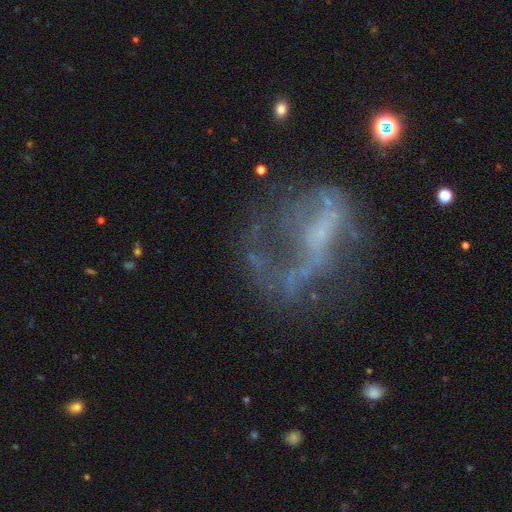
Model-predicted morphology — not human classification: The model was most divided on "merging": major disturbance: 43%, none: 35%, minor disturbance: 16%, merger: 7%. More confident: edge-on disk — no (96%); spiral arms — no (69%); smooth or featured — featured or disk (64%); bar — no (63%); bulge size — none (52%).